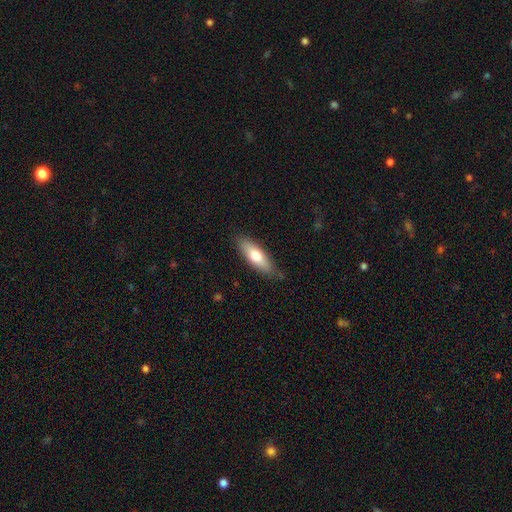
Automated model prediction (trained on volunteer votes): A smooth galaxy with no disk features (69%) that is in between round and cigar-shaped (56%). Merging: none (81%).